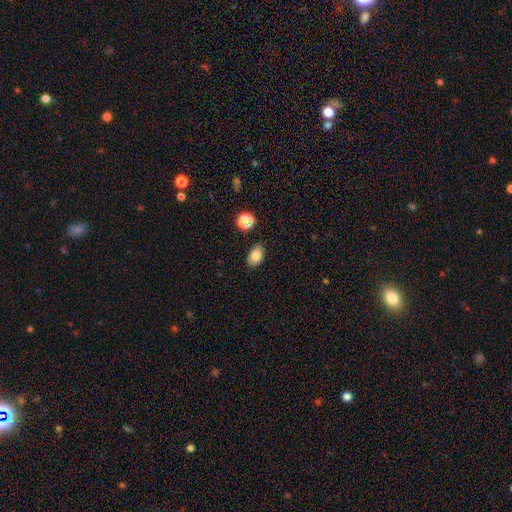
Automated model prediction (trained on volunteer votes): Smooth or featured: smooth — 81% (star or artifact — 10%)
How rounded: in between — 88% (round — 11%)
Merging: none — 86% (minor disturbance — 10%)